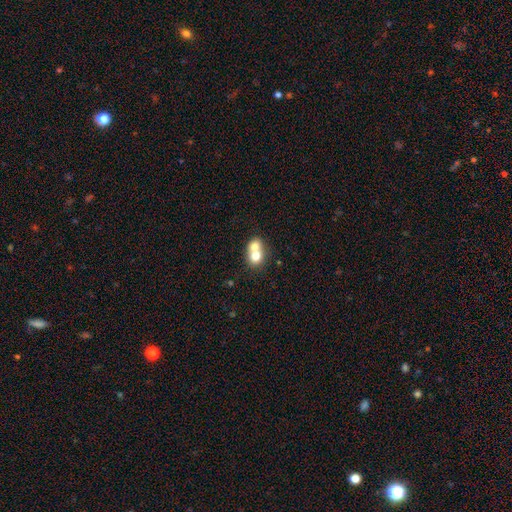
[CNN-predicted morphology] Q: Smooth or featured?
A: smooth (71%); runner-up: featured or disk (20%)
Q: How rounded?
A: round (65%); runner-up: in between (34%)
Q: Merging?
A: merger (70%); runner-up: none (23%)